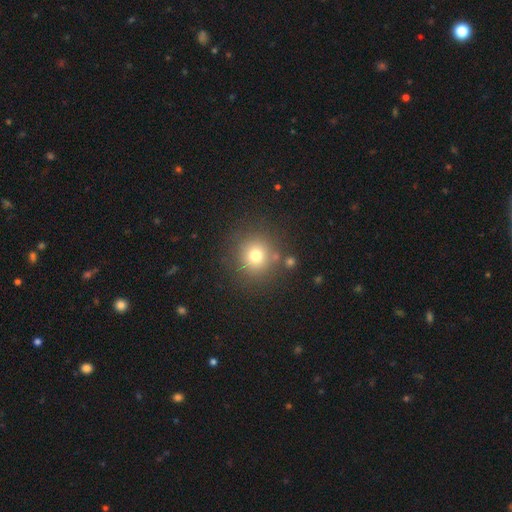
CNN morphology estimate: smooth 75%, star or artifact 15%, featured or disk 10%. Down the decision tree: how rounded — round (92%); merging — none (82%).